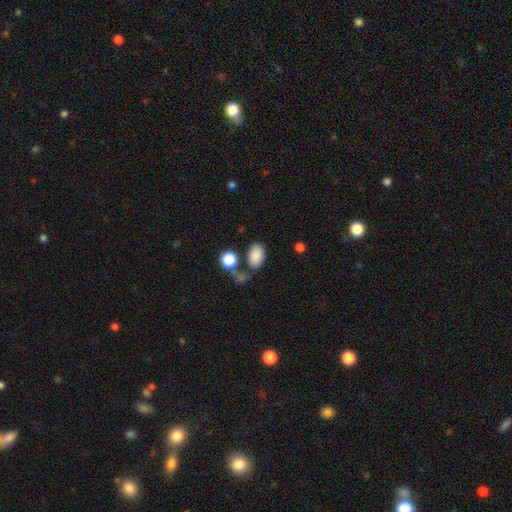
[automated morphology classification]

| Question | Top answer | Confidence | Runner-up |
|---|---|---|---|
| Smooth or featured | smooth | 87% | star or artifact (8%) |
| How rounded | in between | 89% | round (10%) |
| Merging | none | 65% | merger (15%) |